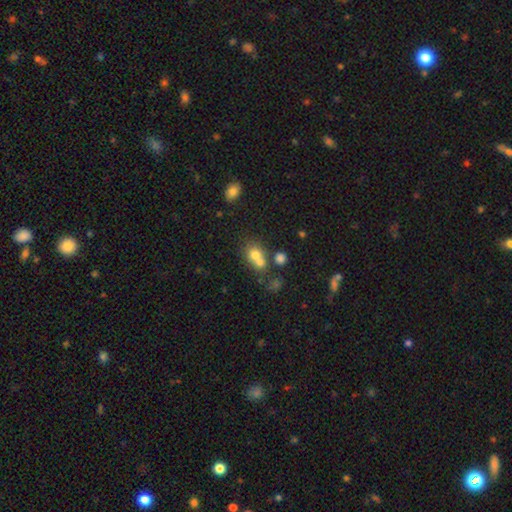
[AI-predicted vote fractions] A smooth galaxy with no disk features (69%) that is round (70%). Merging: merger (51%).